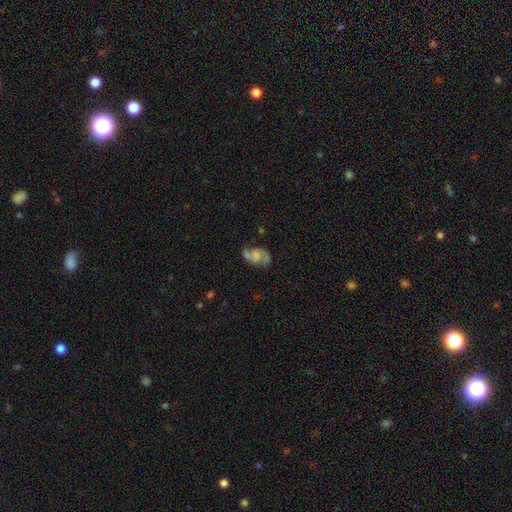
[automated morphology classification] The model was most divided on "spiral winding": medium: 44%, loose: 41%, tight: 15%. Remaining: edge-on disk — no (97%); spiral arms — yes (90%); spiral arm count — 2 (87%); smooth or featured — featured or disk (69%); merging — none (61%); bar — no (59%); bulge size — none (37%).